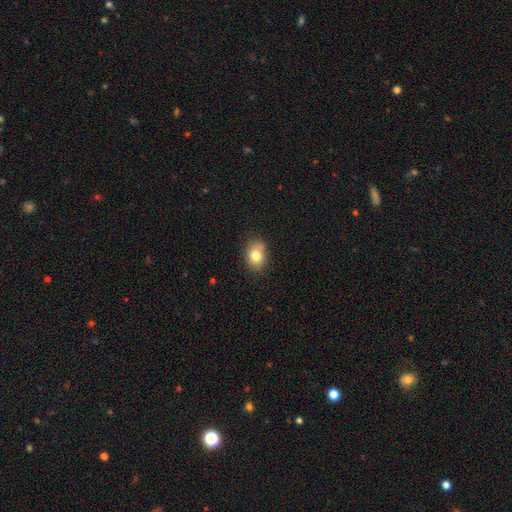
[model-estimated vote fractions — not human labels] Q: Smooth or featured?
A: smooth (80%); runner-up: featured or disk (11%)
Q: How rounded?
A: in between (67%); runner-up: round (32%)
Q: Merging?
A: none (73%); runner-up: minor disturbance (18%)